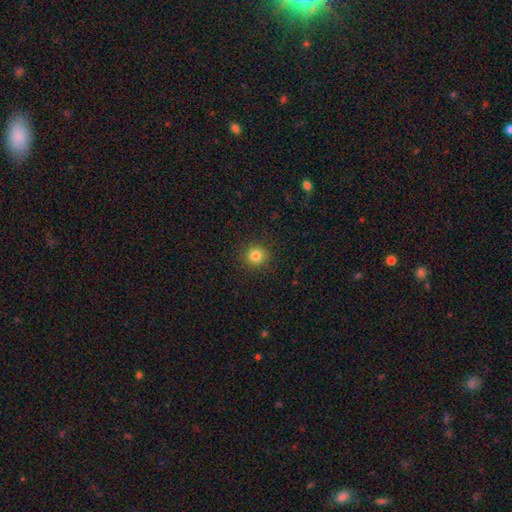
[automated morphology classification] smooth-or-featured: smooth: 83% | star or artifact: 12% | featured or disk: 5%
  how-rounded: round: 93% | in between: 6% | cigar-shaped: 1%
  merging: none: 91% | minor disturbance: 6% | major disturbance: 2% | merger: 1%